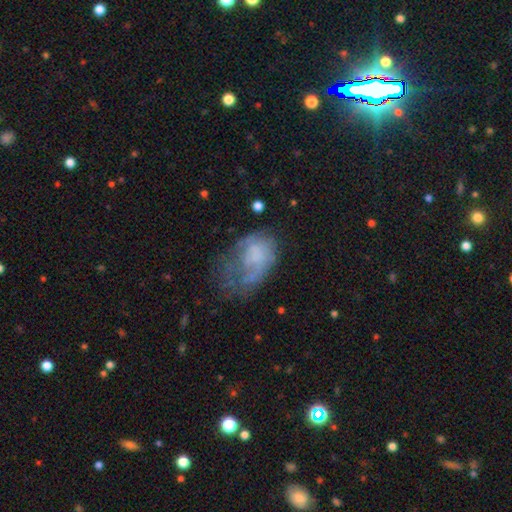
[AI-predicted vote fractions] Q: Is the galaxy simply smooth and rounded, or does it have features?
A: smooth — 47%.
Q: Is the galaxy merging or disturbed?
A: major disturbance — 46%.